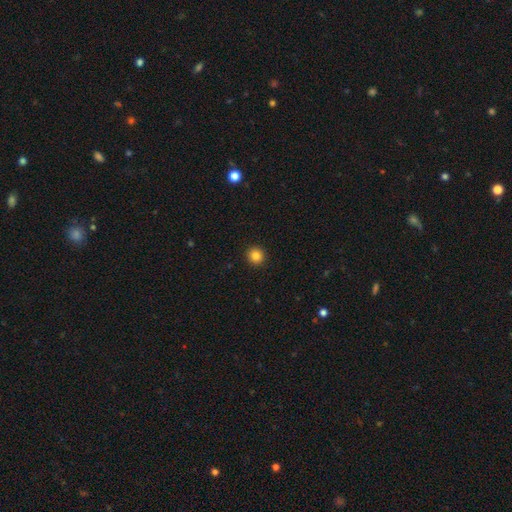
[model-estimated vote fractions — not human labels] Smooth or featured?
  - smooth: 84% *
  - star or artifact: 12%
  - featured or disk: 4%
How rounded?
  - round: 93% *
  - in between: 6%
  - cigar-shaped: 1%
Merging?
  - none: 93% *
  - minor disturbance: 4%
  - major disturbance: 2%
  - merger: 1%